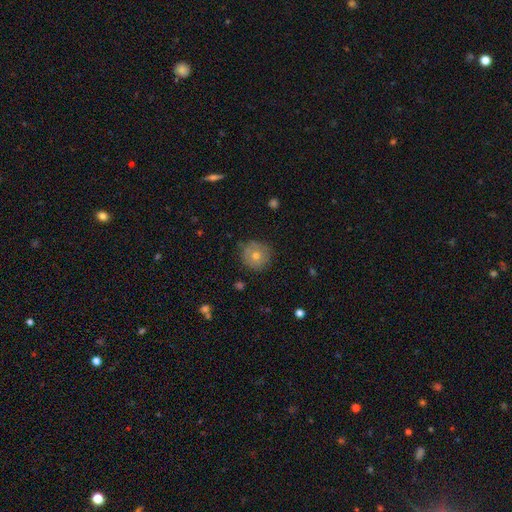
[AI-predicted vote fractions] Q: Smooth or featured?
A: smooth (59%); runner-up: featured or disk (29%)
Q: How rounded?
A: round (94%); runner-up: in between (5%)
Q: Merging?
A: none (84%); runner-up: minor disturbance (12%)